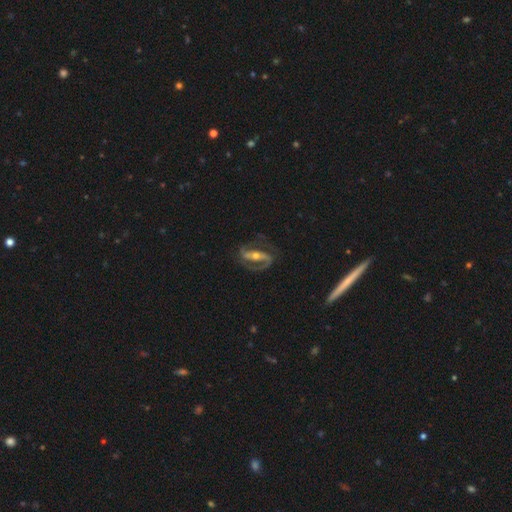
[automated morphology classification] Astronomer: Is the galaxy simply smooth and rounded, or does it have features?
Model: featured or disk — 89%.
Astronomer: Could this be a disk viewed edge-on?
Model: no — 95%.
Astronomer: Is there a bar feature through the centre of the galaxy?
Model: strong — 59%.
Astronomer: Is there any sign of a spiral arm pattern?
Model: yes — 96%.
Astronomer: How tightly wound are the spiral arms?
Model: medium — 54%.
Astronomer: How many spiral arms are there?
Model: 2 — 90%.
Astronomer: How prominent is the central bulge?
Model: moderate — 58% (runner-up: small, 36%).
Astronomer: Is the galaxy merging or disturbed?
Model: none — 74%.